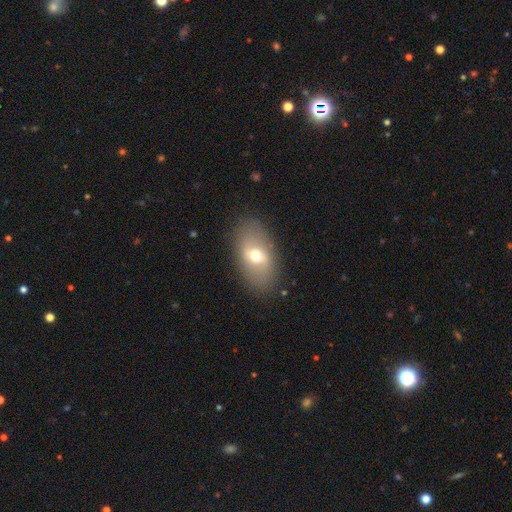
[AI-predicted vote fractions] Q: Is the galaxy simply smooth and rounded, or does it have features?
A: smooth — 53%.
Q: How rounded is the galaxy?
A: in between — 87%.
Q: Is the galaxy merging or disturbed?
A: none — 84%.